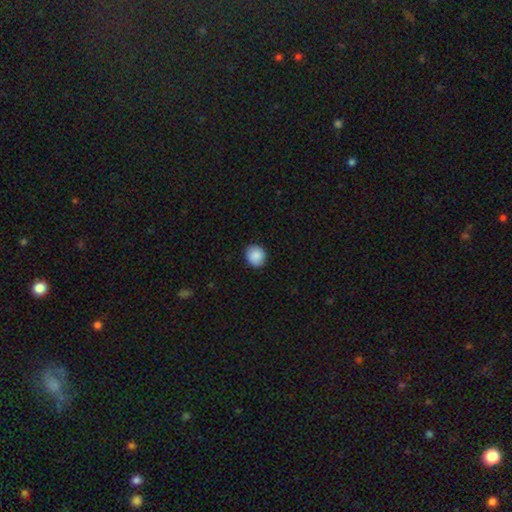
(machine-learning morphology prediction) The model was most divided on "how rounded": round: 76%, in between: 23%, cigar-shaped: 1%. More confident: smooth or featured — smooth (89%); merging — none (89%).